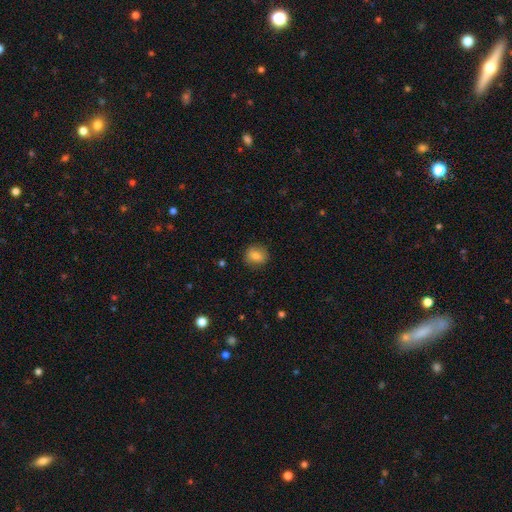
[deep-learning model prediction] This is likely a smooth galaxy (78%). How rounded: likely round (75%). Merging: clearly none (85%).